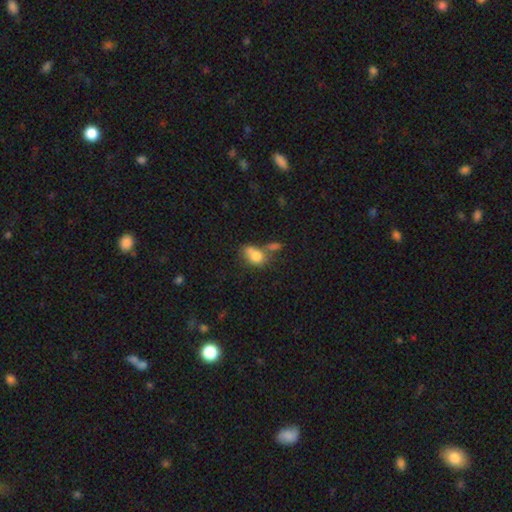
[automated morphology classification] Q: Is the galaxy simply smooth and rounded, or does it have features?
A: smooth — 74%.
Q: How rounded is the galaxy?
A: in between — 69%.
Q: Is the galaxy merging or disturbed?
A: merger — 44%.